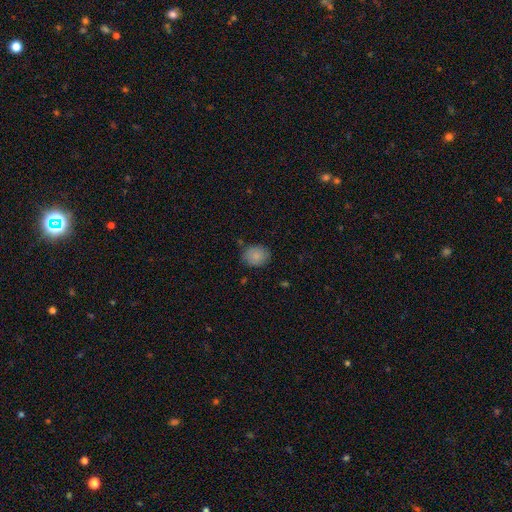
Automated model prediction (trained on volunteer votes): The model was most divided on "how rounded": round: 53%, in between: 46%, cigar-shaped: 1%. More confident: smooth or featured — smooth (85%); merging — none (80%).